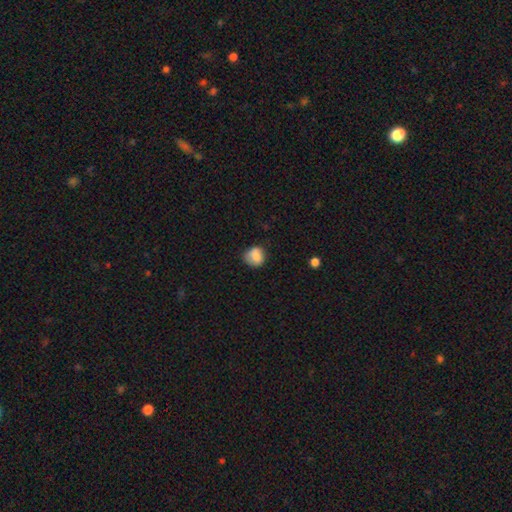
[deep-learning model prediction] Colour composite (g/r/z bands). It shows a smooth galaxy with no disk features (80%) that is round (74%). Merging: none (64%).